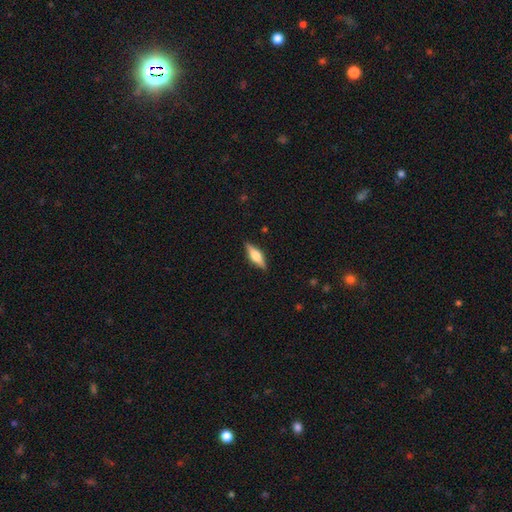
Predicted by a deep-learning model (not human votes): Smooth or featured? Predicted: featured or disk (p=0.57). Edge-on disk? Predicted: yes (p=0.96). Edge-on bulge? Predicted: rounded (p=0.90). Merging? Predicted: none (p=0.89).